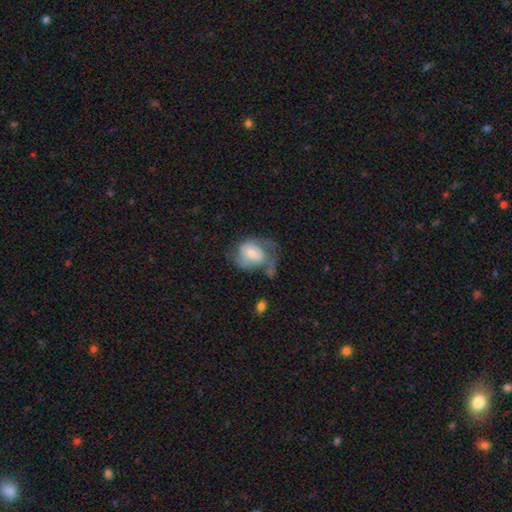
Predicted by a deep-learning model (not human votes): Overall: featured or disk (57%; smooth 30%). Edge-on disk: no (97%). Bar: no (67%). Spiral arms: yes (76%). Bulge size: moderate (50%; small 38%). Merging: none (42%; major disturbance 27%).